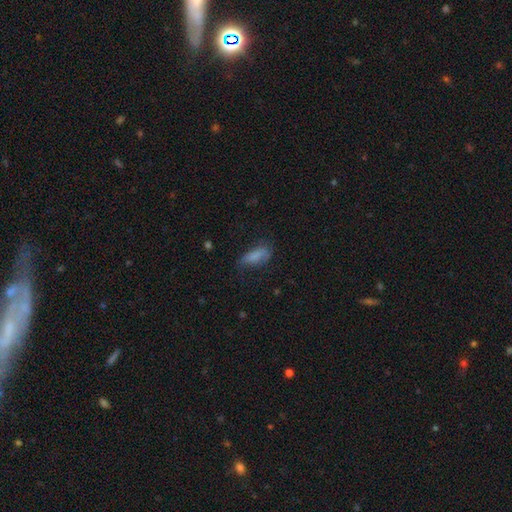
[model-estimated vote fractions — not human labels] This is likely a smooth galaxy (79%). How rounded: likely in between (69%). Merging: possibly none (51%).